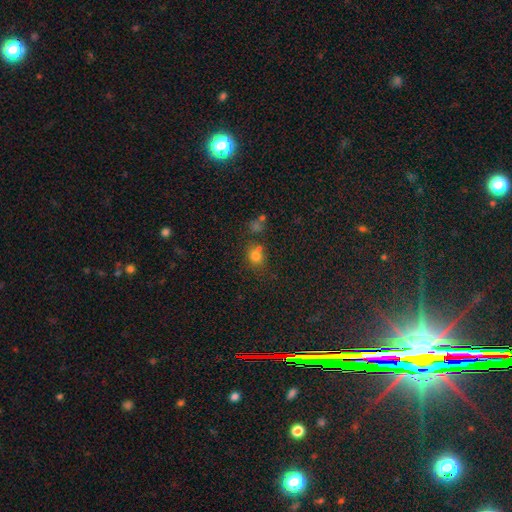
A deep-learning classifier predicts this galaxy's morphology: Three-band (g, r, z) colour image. It shows a smooth galaxy with no disk features (74%) that is round (72%). Merging: none (55%).